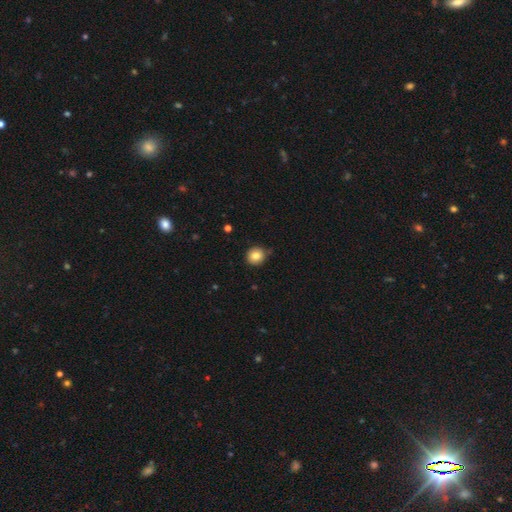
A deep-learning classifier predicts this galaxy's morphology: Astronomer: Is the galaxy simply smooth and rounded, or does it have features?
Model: smooth — 83%.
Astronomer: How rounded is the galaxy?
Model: round — 87%.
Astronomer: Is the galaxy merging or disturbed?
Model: none — 80%.